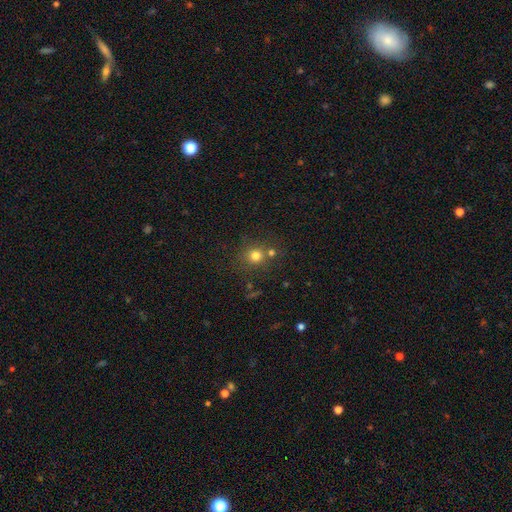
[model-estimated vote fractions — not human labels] The model was most divided on "merging": none: 66%, merger: 20%, minor disturbance: 10%, major disturbance: 4%. More confident: how rounded — round (87%); smooth or featured — smooth (76%).